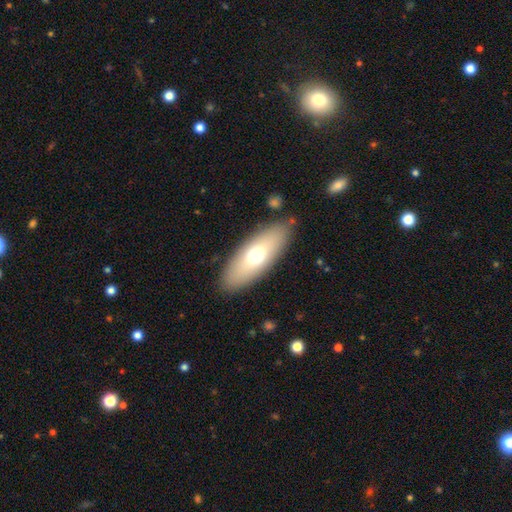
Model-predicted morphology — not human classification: smooth 66%, featured or disk 28%, star or artifact 7%. Down the decision tree: how rounded — in between (70%); merging — none (86%).